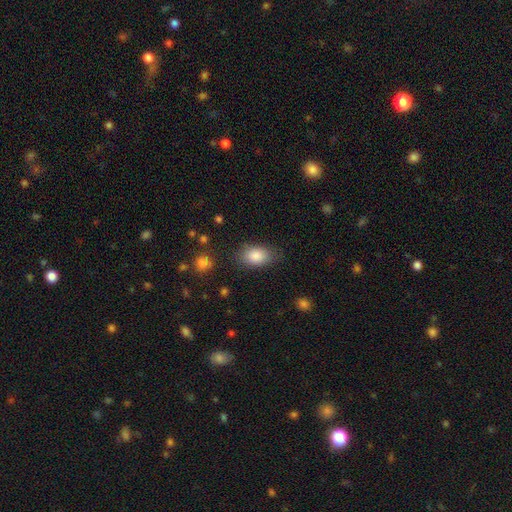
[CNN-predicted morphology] smooth 86%, star or artifact 8%, featured or disk 7%. Down the decision tree: how rounded — in between (87%); merging — none (78%).